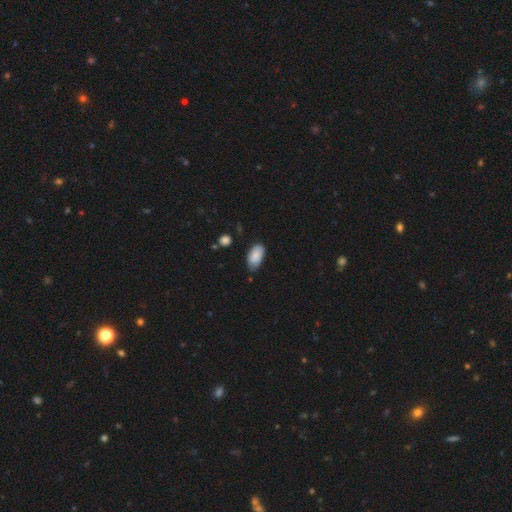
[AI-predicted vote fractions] Morphology: type=smooth (84%); roundness=in between (94%); merging=none (64%).